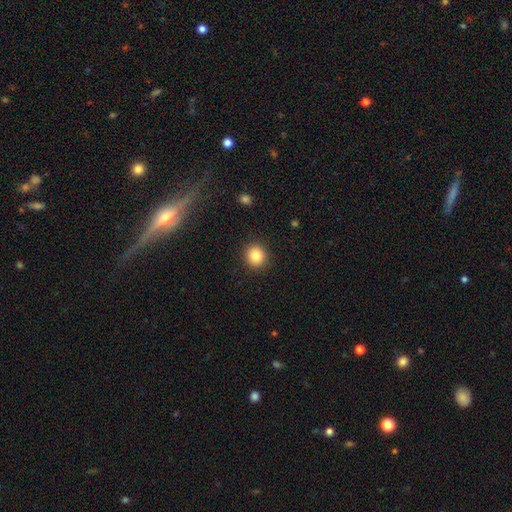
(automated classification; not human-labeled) smooth-or-featured: smooth: 84% | star or artifact: 10% | featured or disk: 6%
  how-rounded: round: 90% | in between: 9% | cigar-shaped: 1%
  merging: none: 91% | minor disturbance: 6% | major disturbance: 2% | merger: 1%